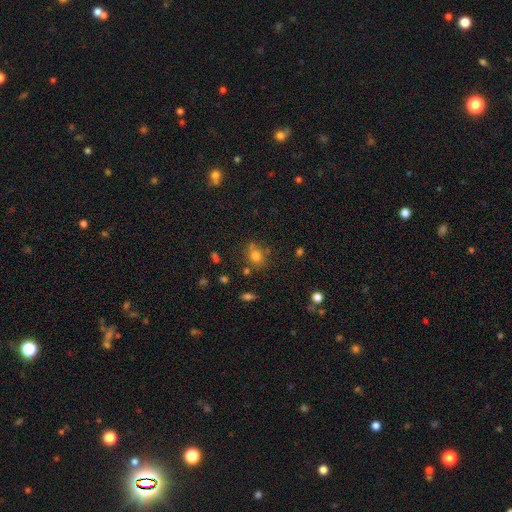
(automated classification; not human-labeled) smooth_or_featured: smooth (p=0.75) [alt: star or artifact p=0.15]
how_rounded: round (p=0.61) [alt: in between p=0.38]
merging: none (p=0.65) [alt: minor disturbance p=0.16]